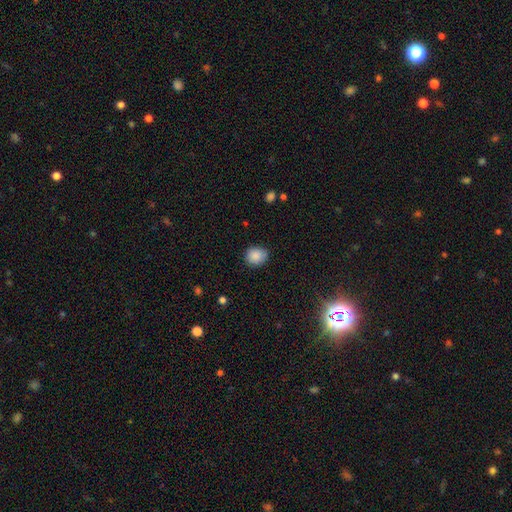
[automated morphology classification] A smooth galaxy with no disk features (87%) that is round (64%).

Vote fractions:
- Smooth or featured? smooth: 87% / star or artifact: 9% / featured or disk: 4%
- How rounded? round: 64% / in between: 35% / cigar-shaped: 1%
- Merging? none: 78% / minor disturbance: 18% / major disturbance: 3% / merger: 1%